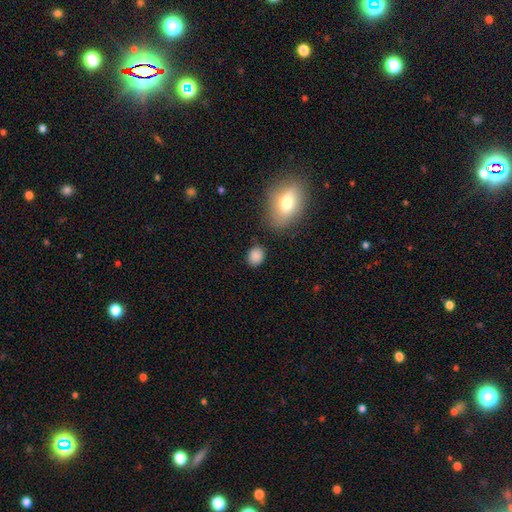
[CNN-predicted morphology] The model was most divided on "how rounded": round: 53%, in between: 45%, cigar-shaped: 2%. More confident: smooth or featured — smooth (87%); merging — none (81%).